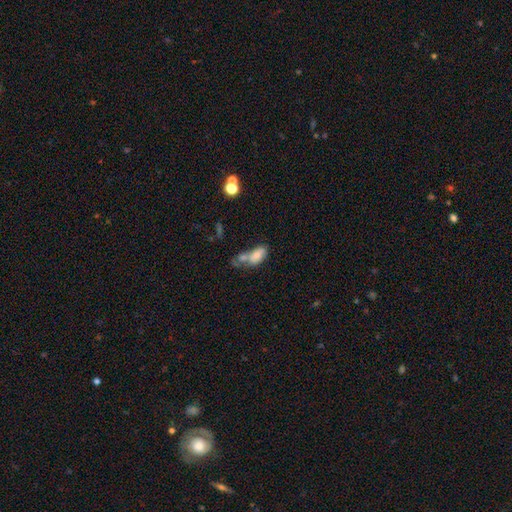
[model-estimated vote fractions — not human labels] smooth-or-featured: smooth: 71% | featured or disk: 18% | star or artifact: 10%
  how-rounded: in between: 87% | cigar-shaped: 7% | round: 6%
  merging: merger: 51% | none: 22% | minor disturbance: 14% | major disturbance: 13%